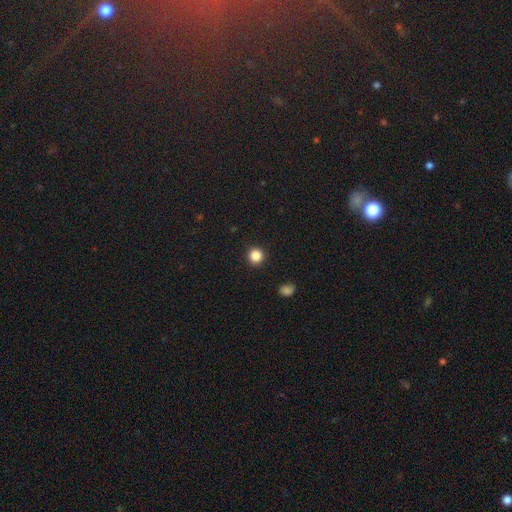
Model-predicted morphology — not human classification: This is clearly a smooth galaxy (85%). How rounded: clearly round (94%). Merging: clearly none (93%).